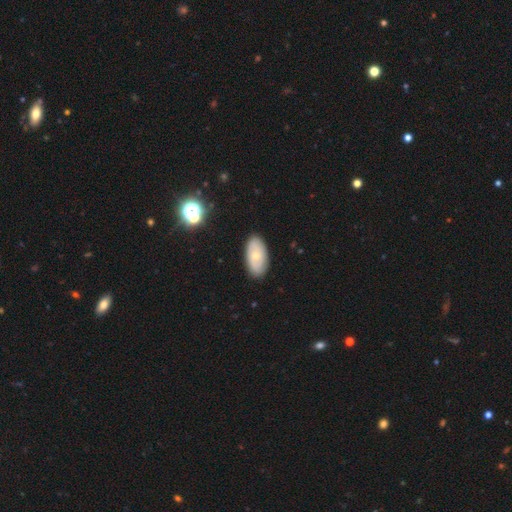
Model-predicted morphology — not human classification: type=smooth (54%); roundness=in between (93%); merging=none (88%).